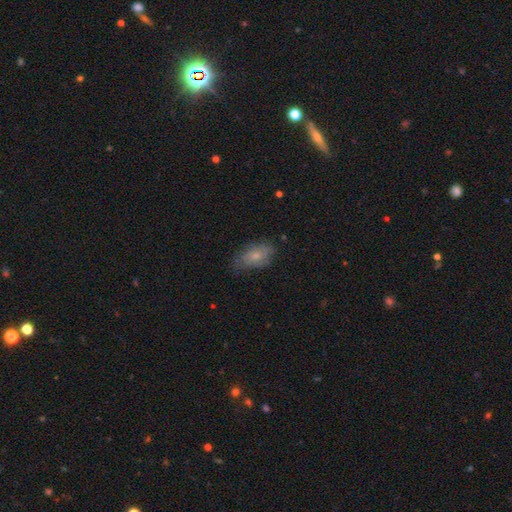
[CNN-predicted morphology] This appears to be a smooth galaxy with no disk features (58%) that is in between round and cigar-shaped (89%). Merging: none (62%).